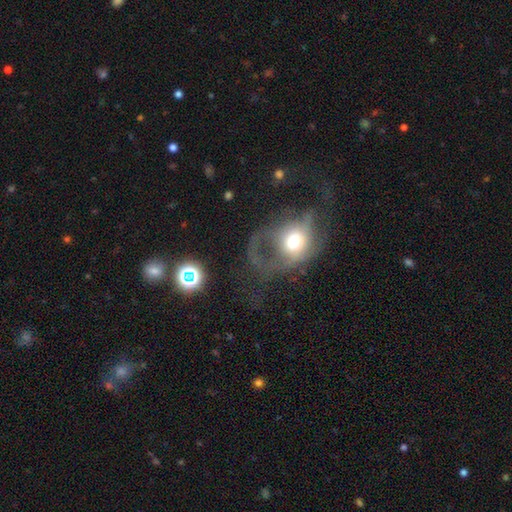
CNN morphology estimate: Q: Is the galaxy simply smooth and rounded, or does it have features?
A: featured or disk — 55%.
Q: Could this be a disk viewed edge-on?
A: no — 95%.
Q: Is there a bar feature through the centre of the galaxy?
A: no — 76%.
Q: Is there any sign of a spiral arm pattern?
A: yes — 59%.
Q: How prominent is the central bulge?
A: moderate — 62%.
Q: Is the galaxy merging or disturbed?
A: major disturbance — 49%.